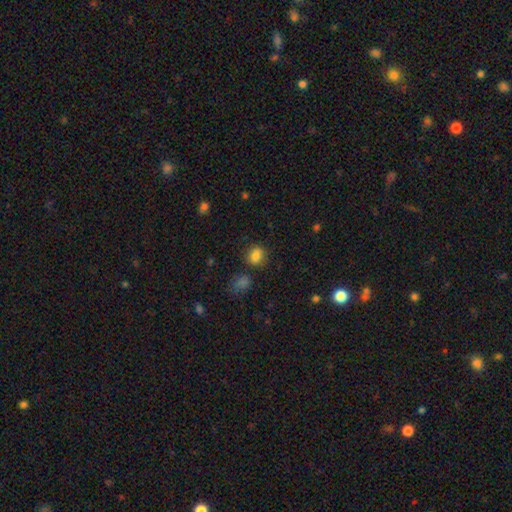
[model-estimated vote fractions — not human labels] Smooth or featured? Predicted: smooth (p=0.82). How rounded? Predicted: round (p=0.55). Merging? Predicted: none (p=0.78).